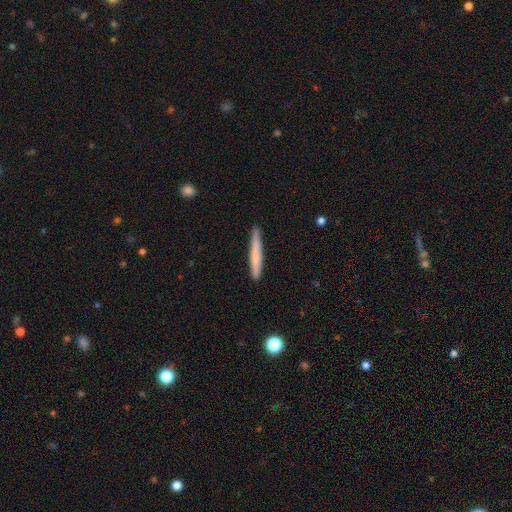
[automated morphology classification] type=smooth (68%); roundness=cigar-shaped (96%); merging=none (88%).